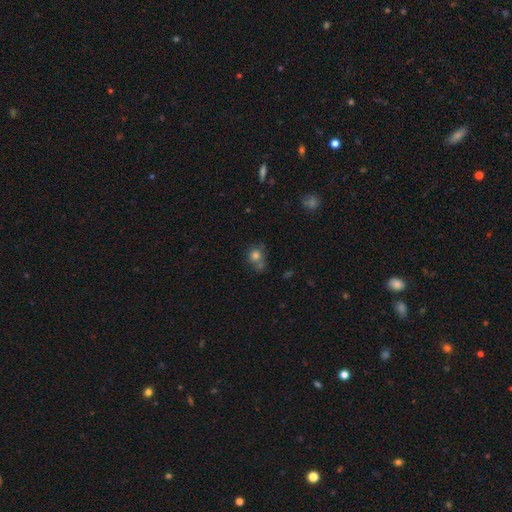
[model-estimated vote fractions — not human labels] This is likely a smooth galaxy (75%). How rounded: likely round (77%). Merging: possibly none (49%).